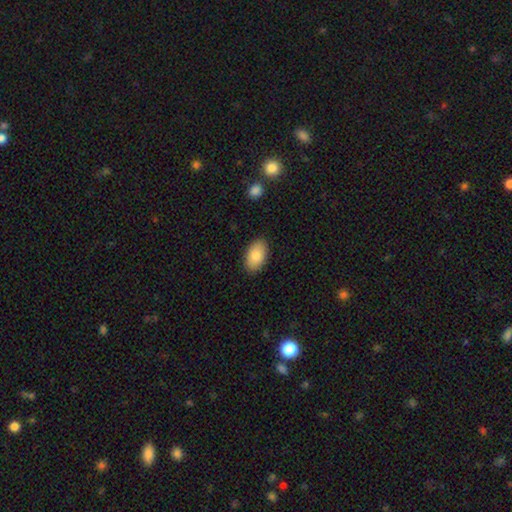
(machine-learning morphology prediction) smooth_or_featured: smooth (p=0.85) [alt: featured or disk p=0.09]
how_rounded: in between (p=0.94) [alt: round p=0.05]
merging: none (p=0.88) [alt: minor disturbance p=0.09]